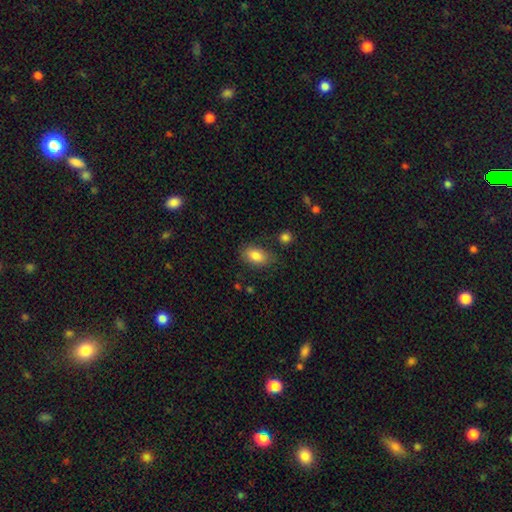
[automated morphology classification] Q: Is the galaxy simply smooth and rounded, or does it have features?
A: smooth — 84%.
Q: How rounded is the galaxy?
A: in between — 90%.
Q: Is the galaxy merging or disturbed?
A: none — 77%.